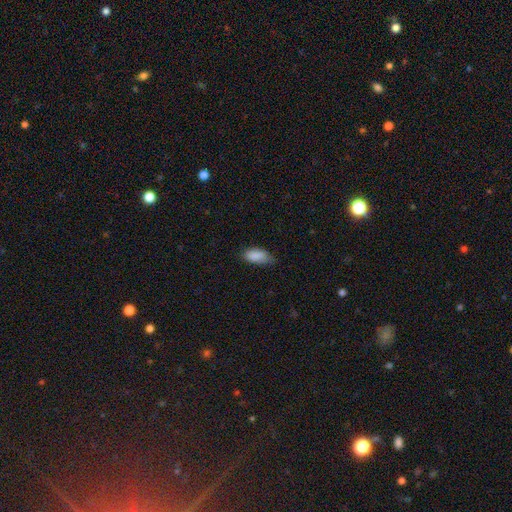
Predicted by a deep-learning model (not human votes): This is clearly a smooth galaxy (87%). How rounded: clearly in between (90%). Merging: likely none (60%).